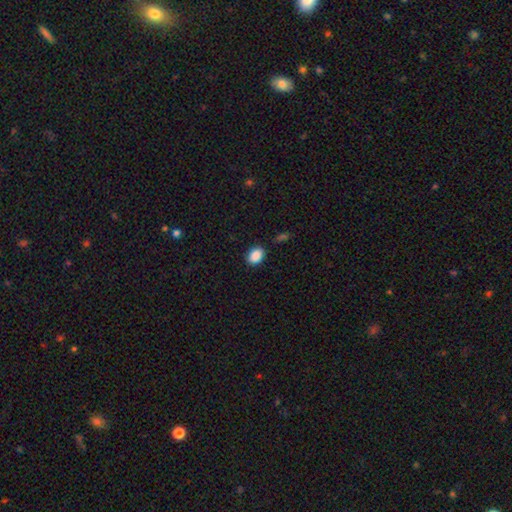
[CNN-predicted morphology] Smooth or featured? Predicted: smooth (p=0.89). How rounded? Predicted: in between (p=0.70). Merging? Predicted: none (p=0.86).